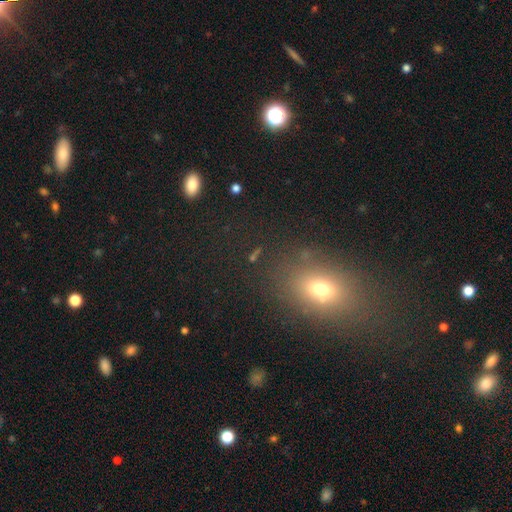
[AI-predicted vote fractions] Smooth or featured? smooth (59%)
How rounded? in between (62%)
Merging? none (76%)